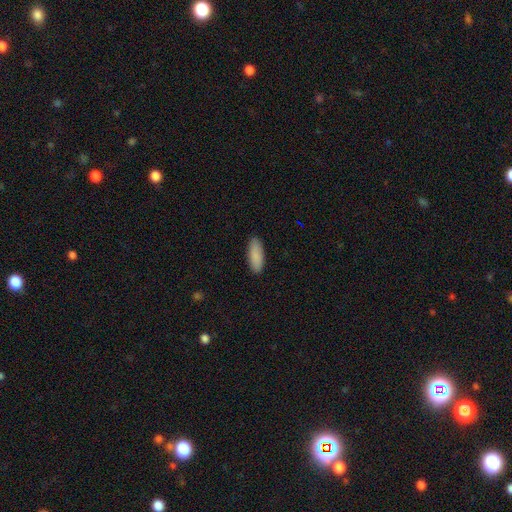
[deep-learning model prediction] This appears to be a smooth galaxy with no disk features (89%) that is in between round and cigar-shaped (70%). Merging: none (90%).